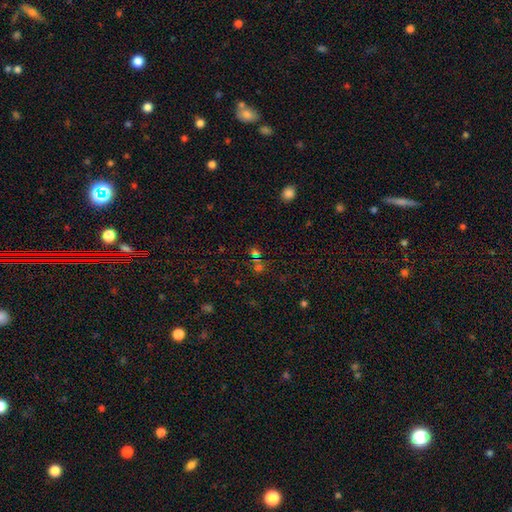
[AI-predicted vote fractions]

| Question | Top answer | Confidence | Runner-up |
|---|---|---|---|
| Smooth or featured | star or artifact | 46% | smooth (45%) |